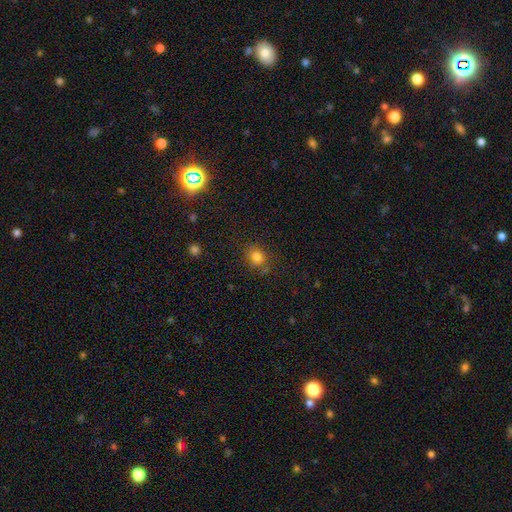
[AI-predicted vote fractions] smooth-or-featured: smooth: 72% | star or artifact: 21% | featured or disk: 6%
  how-rounded: round: 74% | in between: 25% | cigar-shaped: 1%
  merging: none: 80% | minor disturbance: 13% | major disturbance: 4% | merger: 4%